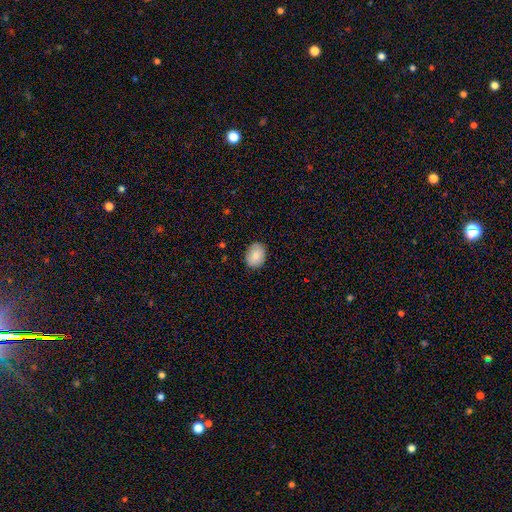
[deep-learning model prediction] smooth 85%, featured or disk 8%, star or artifact 7%. Down the decision tree: how rounded — in between (62%); merging — none (86%).